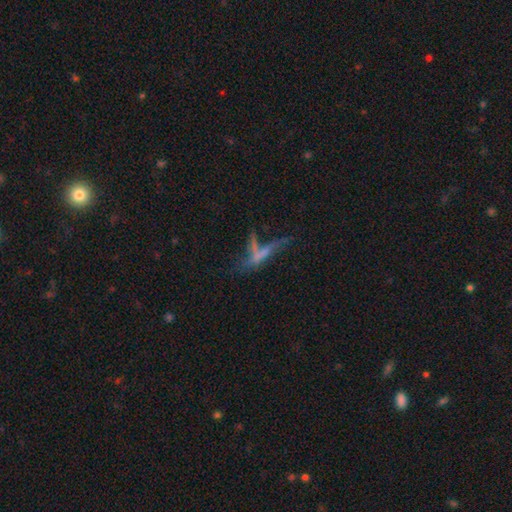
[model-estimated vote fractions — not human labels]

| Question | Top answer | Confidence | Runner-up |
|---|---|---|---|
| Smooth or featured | featured or disk | 43% | smooth (38%) |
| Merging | none | 30% | merger (29%) |